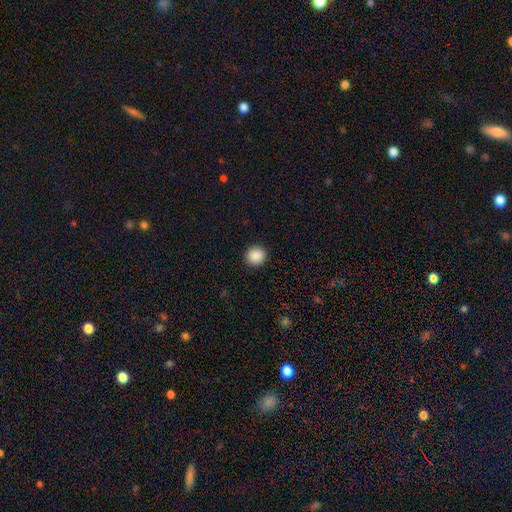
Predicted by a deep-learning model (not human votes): Smooth or featured?
  - smooth: 89% *
  - star or artifact: 9%
  - featured or disk: 2%
How rounded?
  - round: 93% *
  - in between: 6%
  - cigar-shaped: 1%
Merging?
  - none: 93% *
  - minor disturbance: 5%
  - major disturbance: 2%
  - merger: 1%